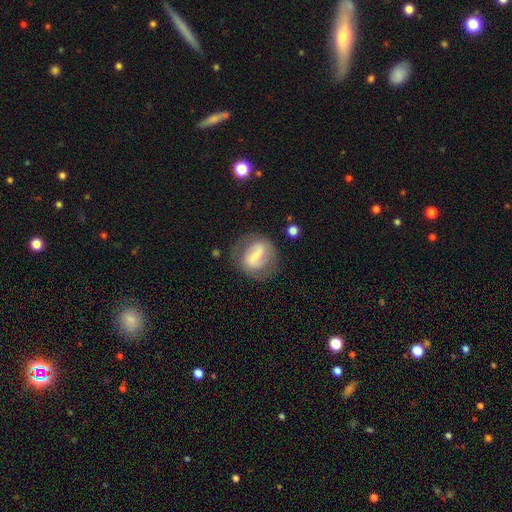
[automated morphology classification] This is possibly a featured or disk galaxy (54%). It is clearly not viewed edge-on (96%). Bar: marginally strong (43%). Spiral arm pattern: likely yes (62%). Central bulge: possibly small (55%). Merging: likely none (66%).